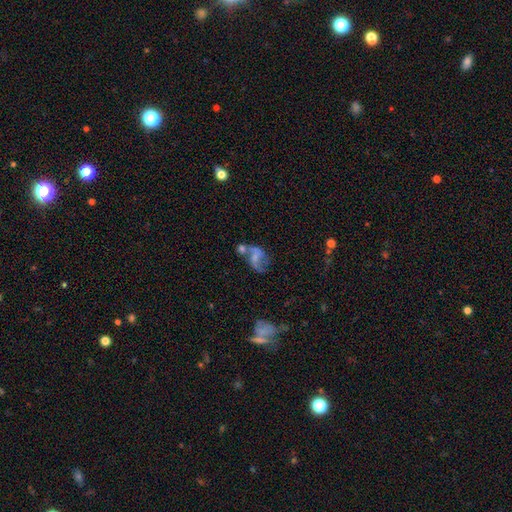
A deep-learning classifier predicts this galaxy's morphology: This appears to be a featured or disk galaxy (58%) with no bar (52%), spiral arms (70%) and no central bulge (42%). Merging: merger (36%).